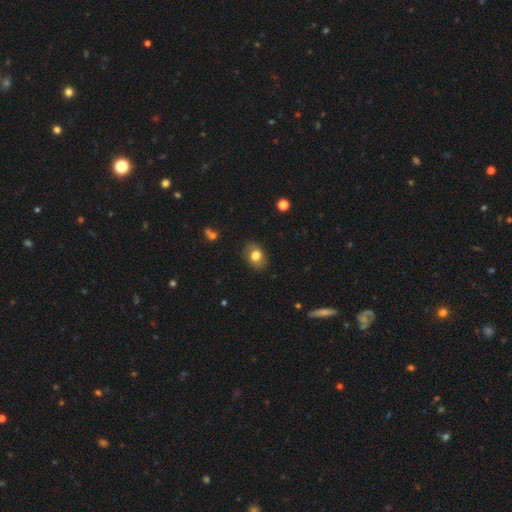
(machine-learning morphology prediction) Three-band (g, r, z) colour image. It shows a smooth galaxy with no disk features (78%) that is in between round and cigar-shaped (67%). Merging: none (82%).